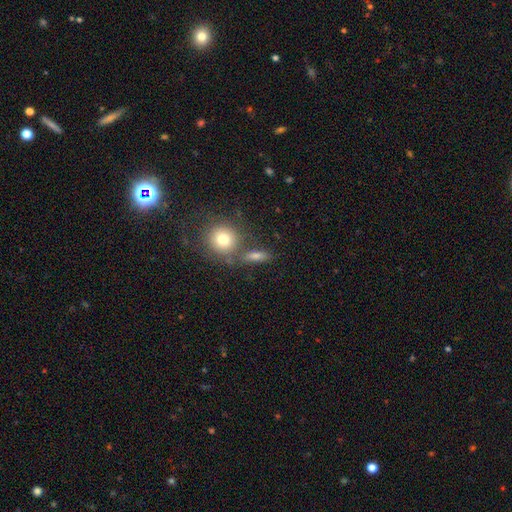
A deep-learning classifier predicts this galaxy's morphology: smooth 61%, featured or disk 22%, star or artifact 17%. Down the decision tree: how rounded — in between (42%); merging — none (65%).